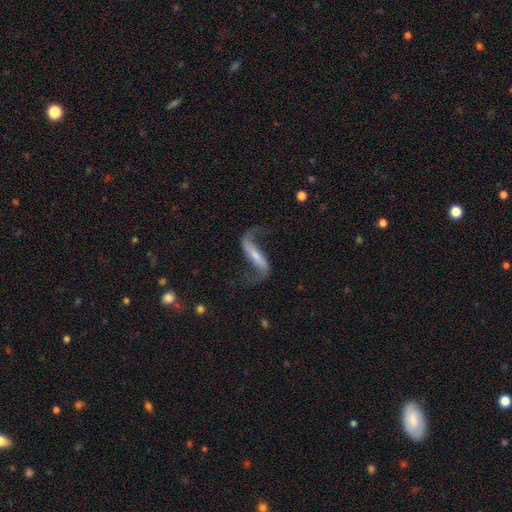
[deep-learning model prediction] smooth_or_featured: featured or disk (p=0.86) [alt: smooth p=0.08]
disk_edge_on: no (p=0.90) [alt: yes p=0.10]
bar: strong (p=0.56) [alt: weak p=0.27]
has_spiral_arms: yes (p=0.95) [alt: no p=0.05]
spiral_winding: loose (p=0.90) [alt: medium p=0.07]
spiral_arm_count: 2 (p=0.92) [alt: 1 p=0.04]
bulge_size: small (p=0.56) [alt: moderate p=0.21]
merging: none (p=0.69) [alt: major disturbance p=0.14]